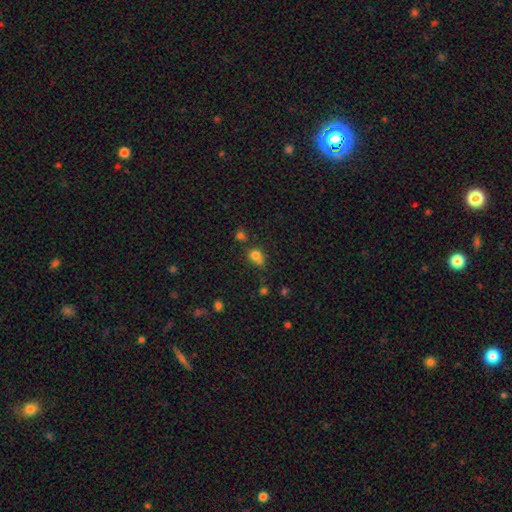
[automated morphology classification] smooth_or_featured: smooth (p=0.79) [alt: star or artifact p=0.13]
how_rounded: in between (p=0.51) [alt: round p=0.48]
merging: none (p=0.48) [alt: minor disturbance p=0.28]